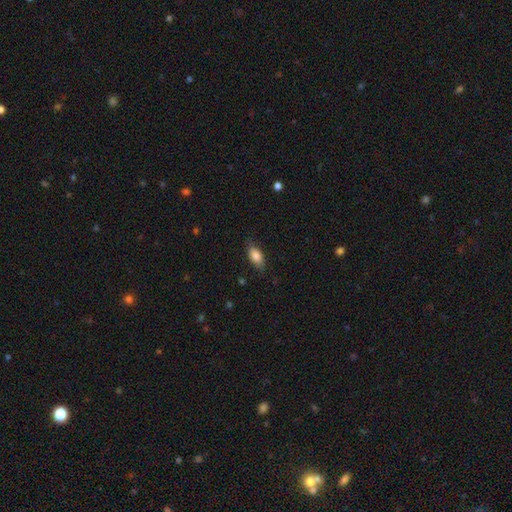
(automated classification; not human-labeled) This is clearly a smooth galaxy (82%). How rounded: clearly in between (88%). Merging: likely none (78%).